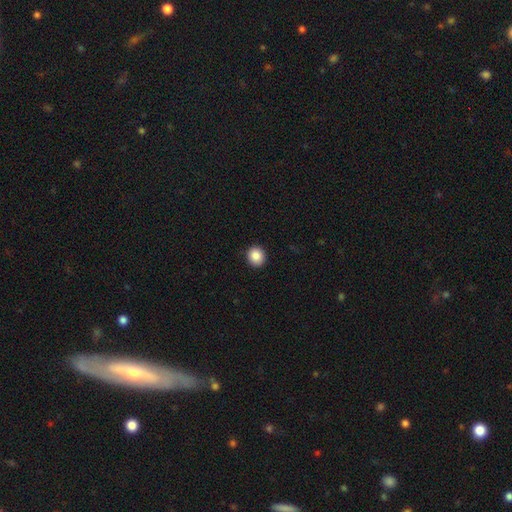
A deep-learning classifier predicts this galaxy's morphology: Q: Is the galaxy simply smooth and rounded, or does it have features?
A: smooth — 87%.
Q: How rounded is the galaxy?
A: round — 87%.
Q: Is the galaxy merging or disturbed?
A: none — 92%.